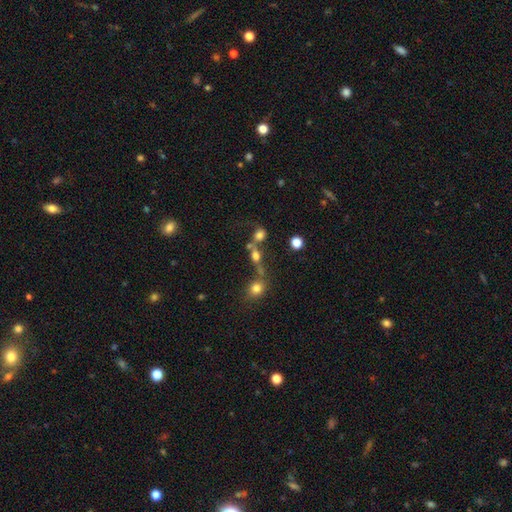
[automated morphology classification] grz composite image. It shows a smooth galaxy with no disk features (59%) that is round (51%). Merging: merger (41%).